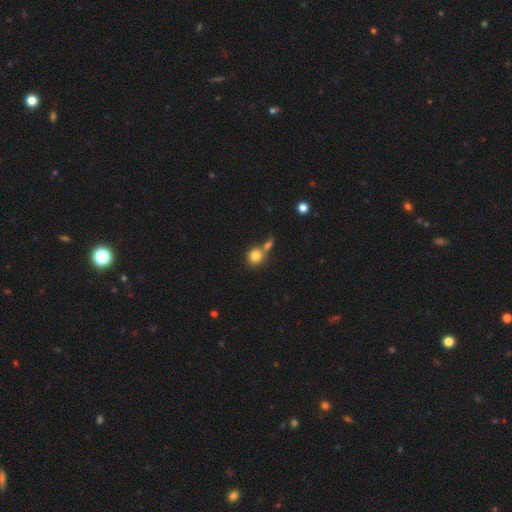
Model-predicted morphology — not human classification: A smooth galaxy with no disk features (81%) that is round (85%).

Vote fractions:
- Smooth or featured? smooth: 81% / star or artifact: 10% / featured or disk: 9%
- How rounded? round: 85% / in between: 14% / cigar-shaped: 1%
- Merging? none: 48% / merger: 38% / minor disturbance: 10% / major disturbance: 4%